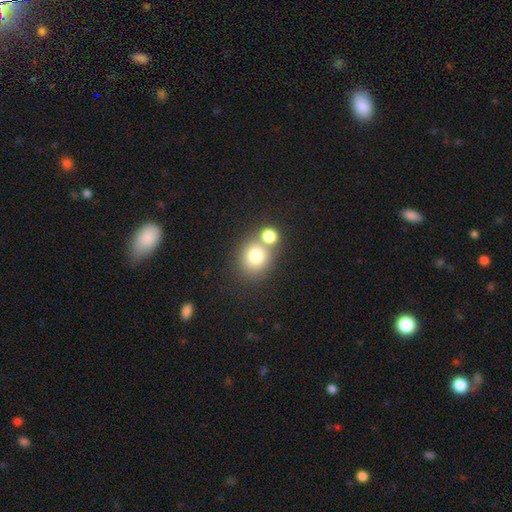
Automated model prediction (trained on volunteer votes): smooth_or_featured: smooth (p=0.76) [alt: star or artifact p=0.13]
how_rounded: round (p=0.79) [alt: in between p=0.20]
merging: none (p=0.51) [alt: merger p=0.37]